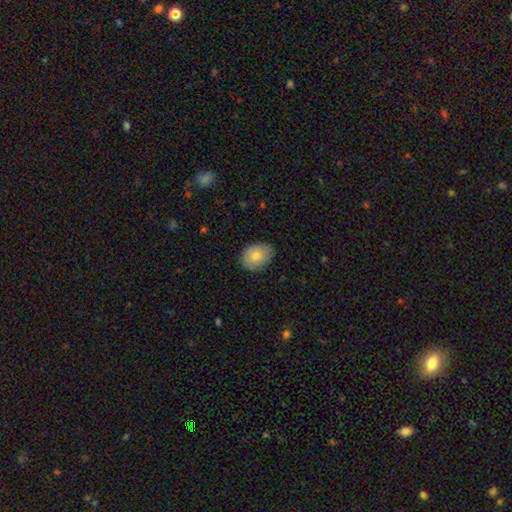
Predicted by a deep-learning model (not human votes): Smooth or featured? Predicted: smooth (p=0.77). How rounded? Predicted: in between (p=0.64). Merging? Predicted: none (p=0.82).